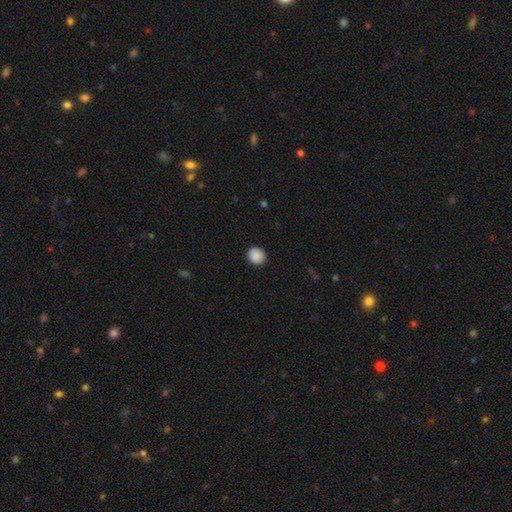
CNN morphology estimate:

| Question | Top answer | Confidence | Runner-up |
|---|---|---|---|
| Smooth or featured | smooth | 90% | star or artifact (8%) |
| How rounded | round | 92% | in between (7%) |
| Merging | none | 91% | minor disturbance (6%) |